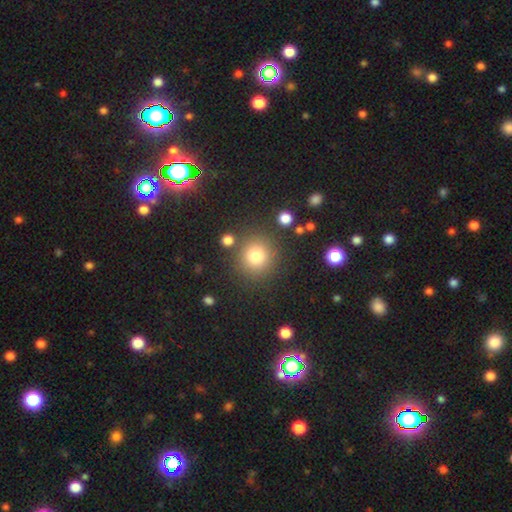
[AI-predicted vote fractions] This is likely a smooth galaxy (78%). How rounded: clearly round (91%). Merging: clearly none (84%).